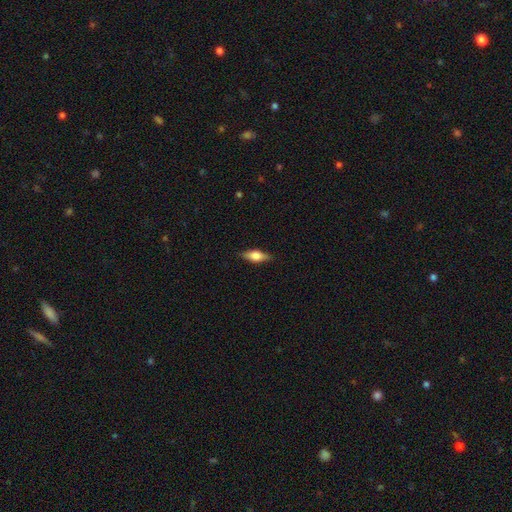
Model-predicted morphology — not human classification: Smooth or featured? smooth (56%)
How rounded? in between (67%)
Merging? none (85%)